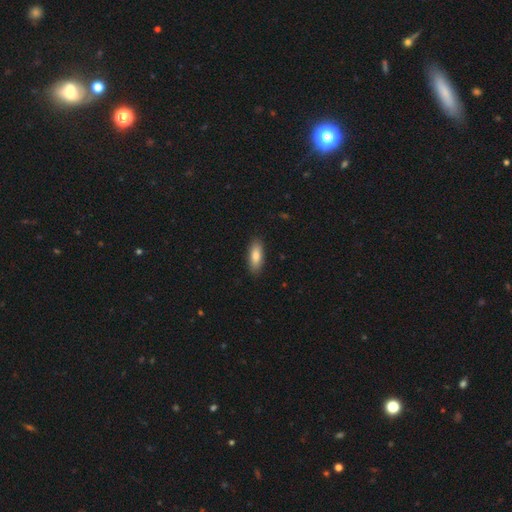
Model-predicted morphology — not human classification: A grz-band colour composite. It shows a smooth galaxy with no disk features (83%) that is in between round and cigar-shaped (73%). Merging: none (88%).